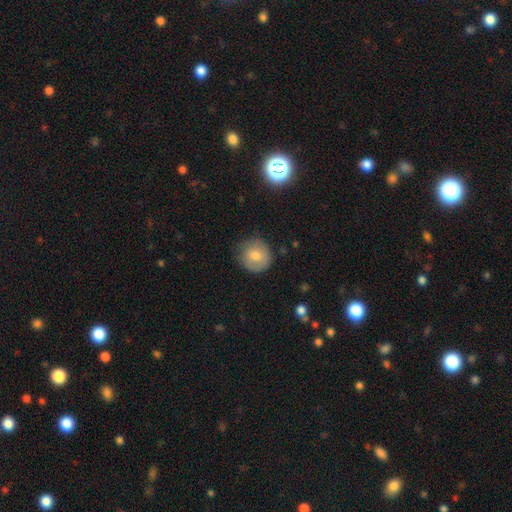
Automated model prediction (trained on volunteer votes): The model was most divided on "merging": none: 70%, minor disturbance: 23%, major disturbance: 6%, merger: 1%. More confident: how rounded — round (89%); smooth or featured — smooth (74%).